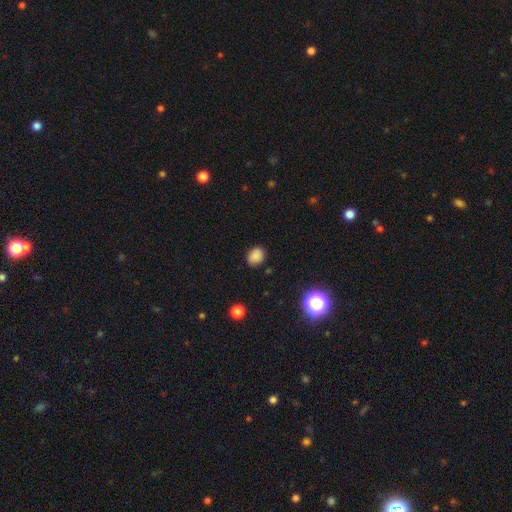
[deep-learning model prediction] smooth-or-featured: smooth: 84% | star or artifact: 12% | featured or disk: 4%
  how-rounded: round: 51% | in between: 48% | cigar-shaped: 1%
  merging: none: 83% | minor disturbance: 13% | major disturbance: 3% | merger: 1%